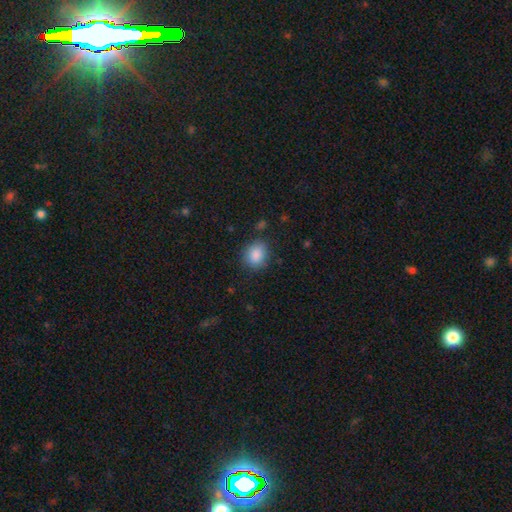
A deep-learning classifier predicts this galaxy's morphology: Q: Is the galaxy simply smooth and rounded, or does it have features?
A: smooth — 87%.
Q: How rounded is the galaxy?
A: round — 56%.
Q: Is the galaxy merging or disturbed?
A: none — 81%.